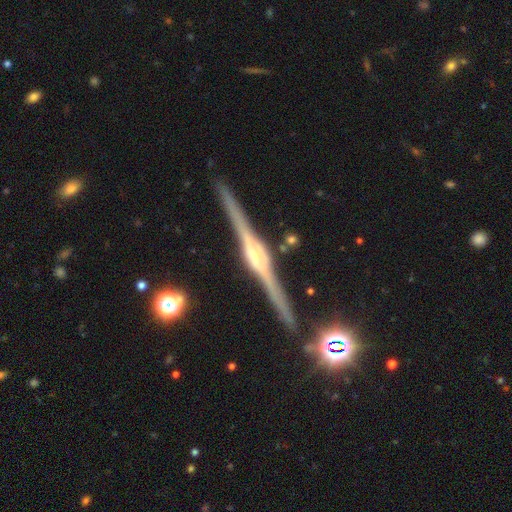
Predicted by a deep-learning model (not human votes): The model was most divided on "edge-on bulge": rounded: 63%, boxy: 33%, none: 4%. More confident: edge-on disk — yes (99%); smooth or featured — featured or disk (89%); merging — none (89%).